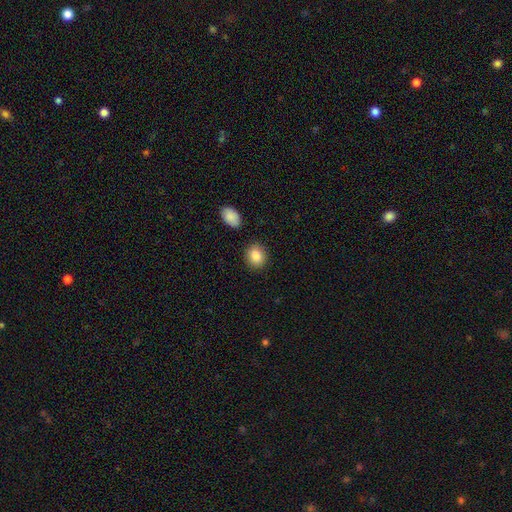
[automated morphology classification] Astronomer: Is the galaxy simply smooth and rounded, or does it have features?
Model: smooth — 86%.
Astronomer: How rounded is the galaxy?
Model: round — 68%.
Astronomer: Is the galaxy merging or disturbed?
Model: none — 87%.